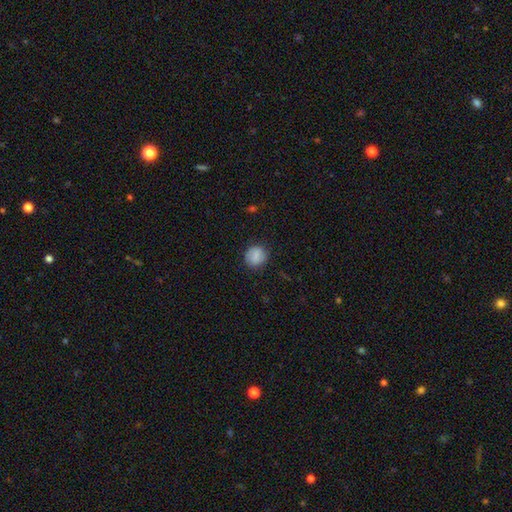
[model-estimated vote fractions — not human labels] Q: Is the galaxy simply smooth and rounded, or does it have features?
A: smooth — 81%.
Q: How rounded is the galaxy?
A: round — 83%.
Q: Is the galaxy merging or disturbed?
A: none — 85%.